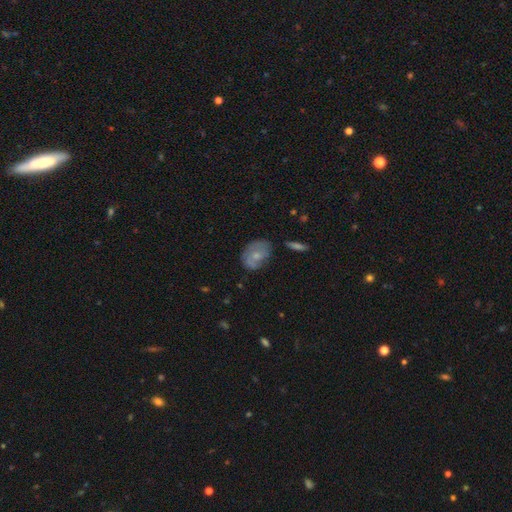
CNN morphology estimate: The model was most divided on "smooth or featured": smooth: 58%, featured or disk: 34%, star or artifact: 8%. More confident: how rounded — in between (78%); merging — none (61%).